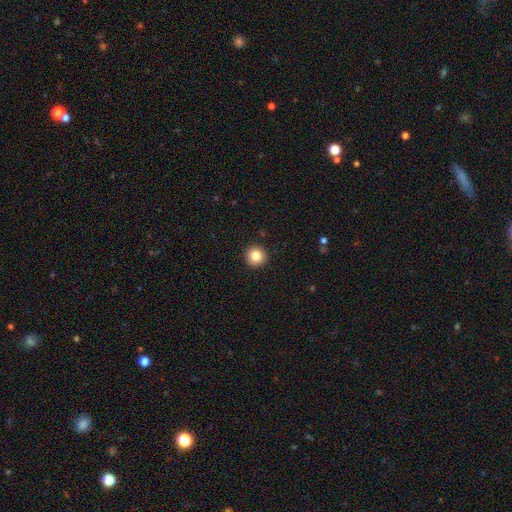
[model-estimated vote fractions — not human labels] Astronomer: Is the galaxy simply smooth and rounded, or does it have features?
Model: smooth — 84%.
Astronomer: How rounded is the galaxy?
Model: round — 96%.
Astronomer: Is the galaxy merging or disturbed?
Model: none — 93%.